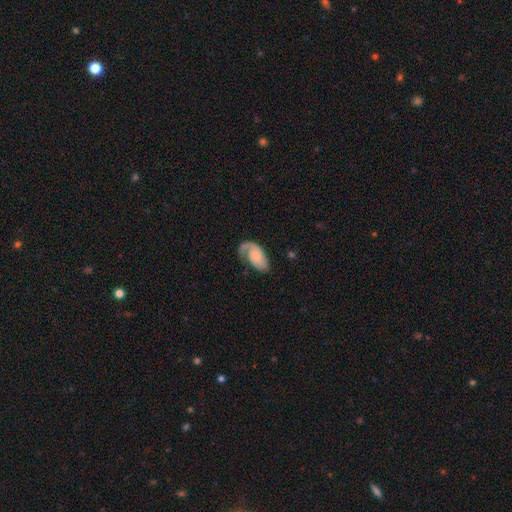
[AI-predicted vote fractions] A featured or disk galaxy (55%) with no bar (75%), spiral arms (87%) and a small central bulge (36%, tied with none).

Vote fractions:
- Smooth or featured? featured or disk: 55% / smooth: 39% / star or artifact: 7%
- Edge-on disk? no: 96% / yes: 4%
- Bar? no: 75% / weak: 21% / strong: 4%
- Spiral arms? yes: 87% / no: 13%
- Bulge size? small: 36% (tied) / none: 36% (tied) / moderate: 16% / large: 9% / dominant: 3%
- Merging? none: 43% / major disturbance: 28% / minor disturbance: 25% / merger: 3%